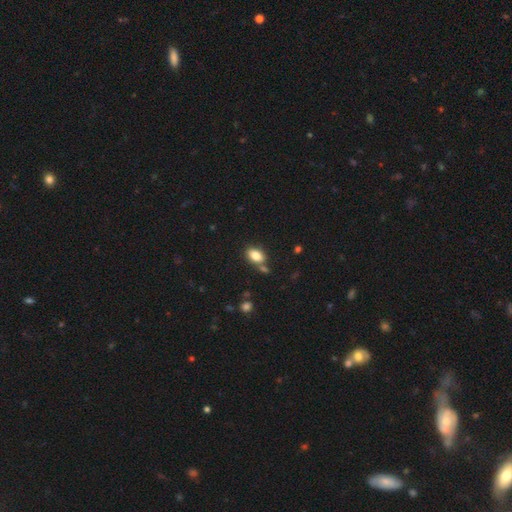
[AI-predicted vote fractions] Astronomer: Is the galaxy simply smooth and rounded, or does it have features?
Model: smooth — 83%.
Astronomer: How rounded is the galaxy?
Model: in between — 85%.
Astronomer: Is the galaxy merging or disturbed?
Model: none — 68%.